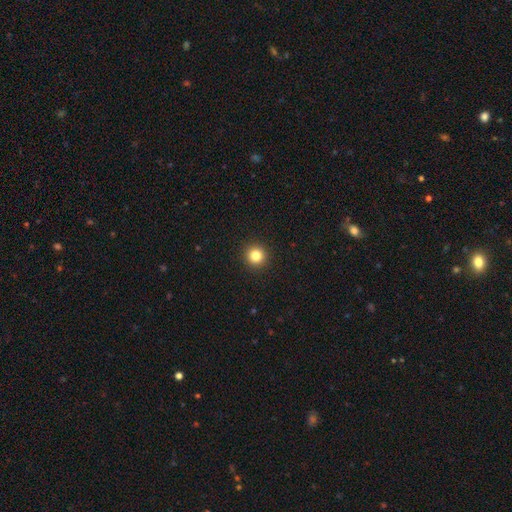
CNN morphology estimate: This appears to be a smooth galaxy with no disk features (83%) that is round (95%). Merging: none (93%).